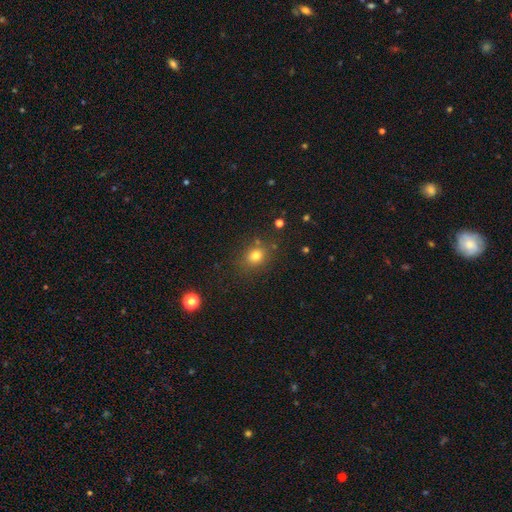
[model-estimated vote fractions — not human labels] smooth 77%, star or artifact 15%, featured or disk 8%. Down the decision tree: how rounded — round (65%); merging — none (80%).